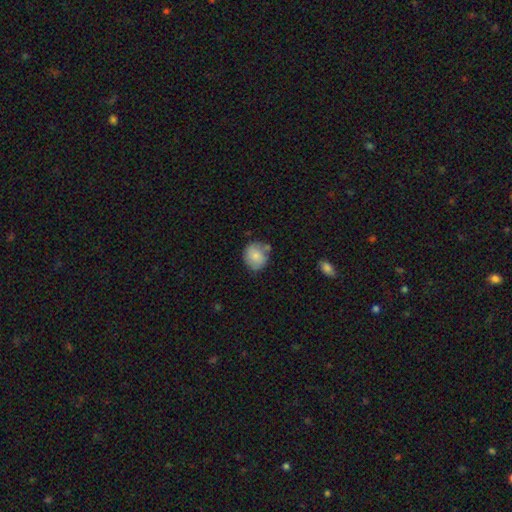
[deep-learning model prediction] Smooth or featured: smooth — 78% (featured or disk — 14%)
How rounded: round — 78% (in between — 21%)
Merging: none — 64% (minor disturbance — 21%)